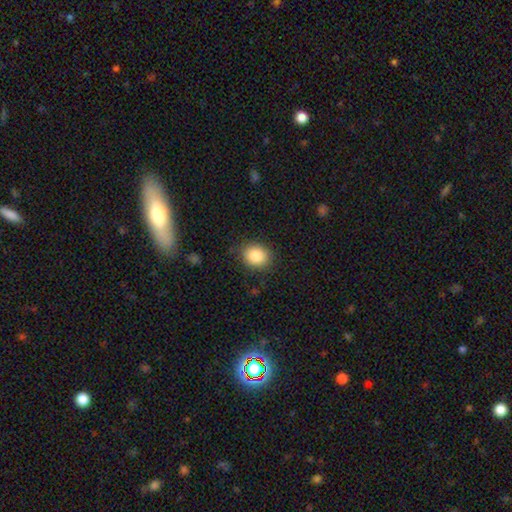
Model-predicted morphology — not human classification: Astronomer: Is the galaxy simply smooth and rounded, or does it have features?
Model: smooth — 85%.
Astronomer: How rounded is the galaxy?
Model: round — 67%.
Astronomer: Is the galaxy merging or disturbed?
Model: none — 85%.